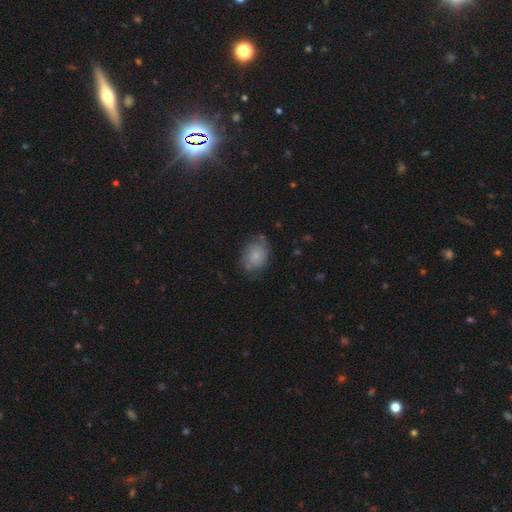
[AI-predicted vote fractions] Morphology: type=smooth (72%); roundness=in between (65%); merging=none (62%).